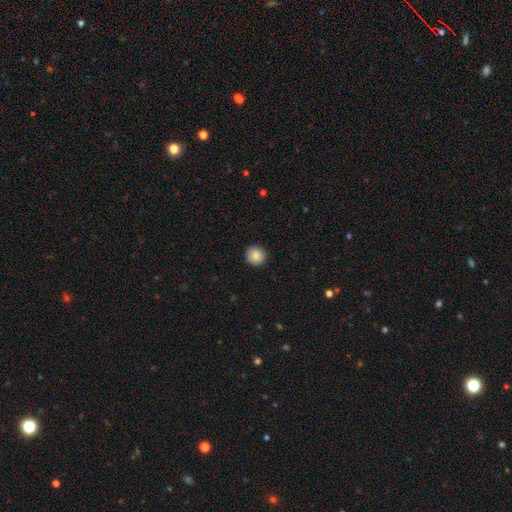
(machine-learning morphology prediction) A smooth galaxy with no disk features (87%) that is round (93%).

Vote fractions:
- Smooth or featured? smooth: 87% / star or artifact: 8% / featured or disk: 5%
- How rounded? round: 93% / in between: 6% / cigar-shaped: 1%
- Merging? none: 91% / minor disturbance: 6% / major disturbance: 2% / merger: 1%